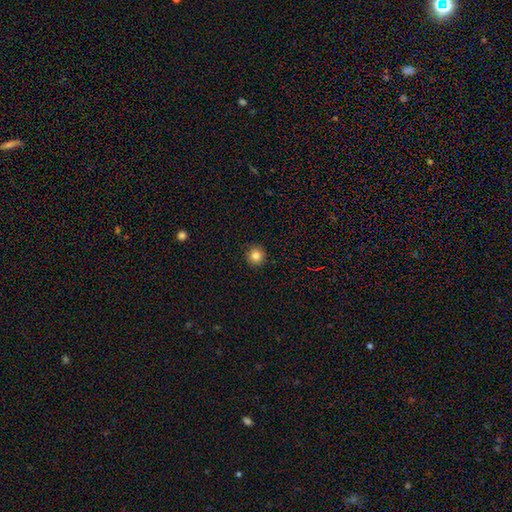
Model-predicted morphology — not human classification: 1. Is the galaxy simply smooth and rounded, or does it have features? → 83% smooth, 11% star or artifact, 6% featured or disk.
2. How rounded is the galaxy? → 95% round, 4% in between, 1% cigar-shaped.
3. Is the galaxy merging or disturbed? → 92% none, 6% minor disturbance, 2% major disturbance, 1% merger.